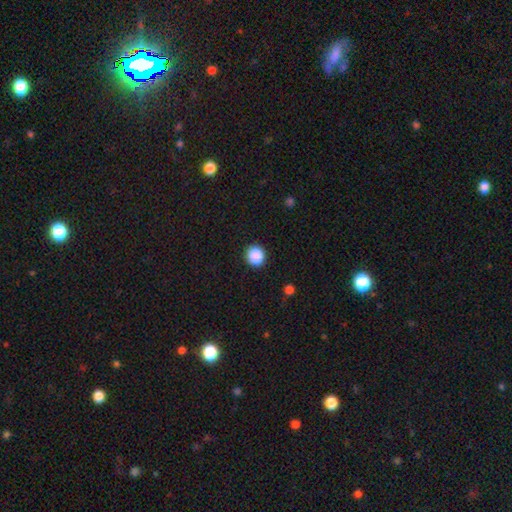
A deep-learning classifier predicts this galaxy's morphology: smooth_or_featured: smooth (p=0.88) [alt: star or artifact p=0.09]
how_rounded: round (p=0.91) [alt: in between p=0.08]
merging: none (p=0.92) [alt: minor disturbance p=0.05]